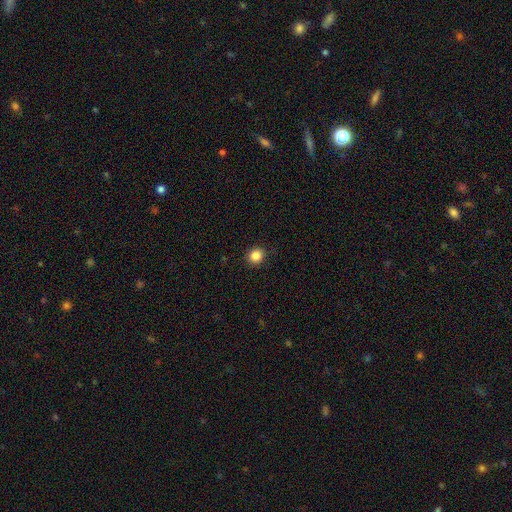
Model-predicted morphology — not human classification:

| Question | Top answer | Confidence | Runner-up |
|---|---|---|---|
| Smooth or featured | smooth | 86% | star or artifact (10%) |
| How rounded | round | 86% | in between (13%) |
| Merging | none | 90% | minor disturbance (7%) |